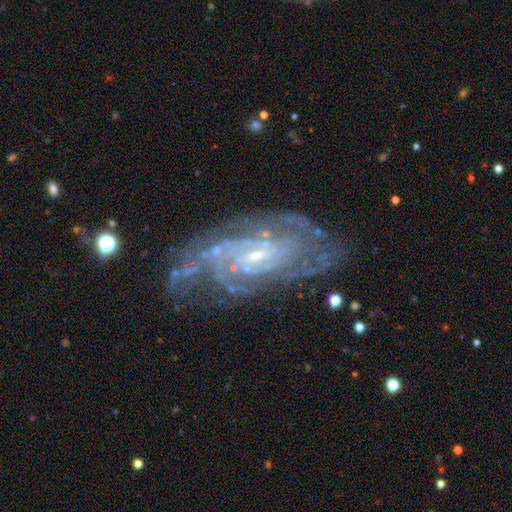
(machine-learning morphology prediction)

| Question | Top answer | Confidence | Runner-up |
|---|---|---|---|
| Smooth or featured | featured or disk | 88% | star or artifact (7%) |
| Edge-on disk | no | 95% | yes (5%) |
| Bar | no | 52% | weak (36%) |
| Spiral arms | yes | 96% | no (4%) |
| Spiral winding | tight | 64% | medium (30%) |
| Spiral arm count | can't tell | 31% | 4 (21%) |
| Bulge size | small | 79% | moderate (15%) |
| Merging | none | 68% | minor disturbance (19%) |